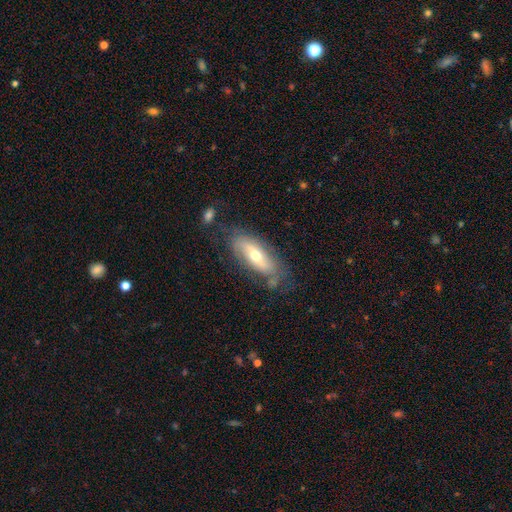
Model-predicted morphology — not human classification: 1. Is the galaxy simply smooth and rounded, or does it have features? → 52% featured or disk, 41% smooth, 7% star or artifact.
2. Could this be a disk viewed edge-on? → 74% no, 26% yes.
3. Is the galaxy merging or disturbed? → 66% none, 21% minor disturbance, 8% major disturbance, 4% merger.